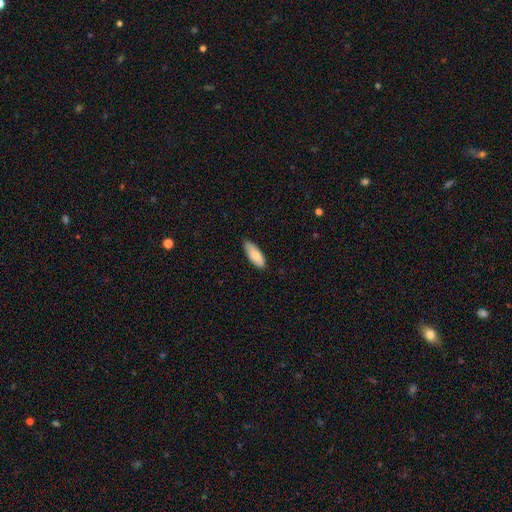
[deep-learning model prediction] Smooth or featured: smooth — 80% (featured or disk — 14%)
How rounded: in between — 78% (cigar-shaped — 20%)
Merging: none — 80% (minor disturbance — 17%)